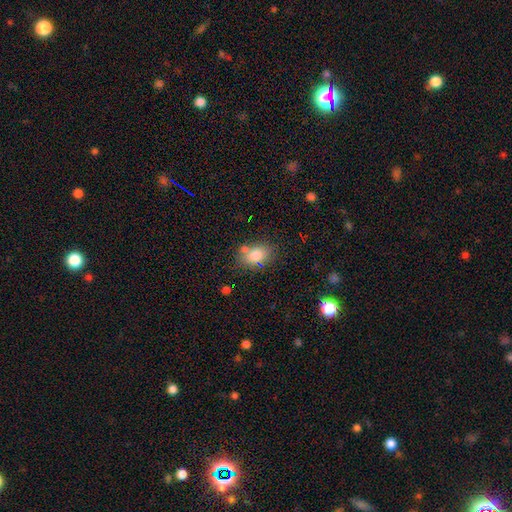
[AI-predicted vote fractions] Smooth or featured? smooth (80%)
How rounded? in between (81%)
Merging? none (66%)